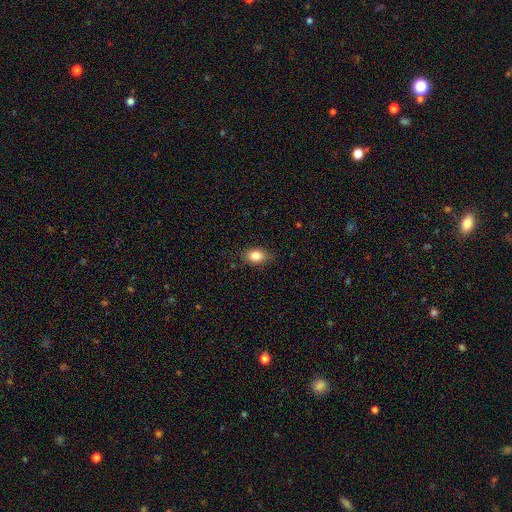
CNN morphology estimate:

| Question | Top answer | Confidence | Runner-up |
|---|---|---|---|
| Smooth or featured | smooth | 85% | star or artifact (9%) |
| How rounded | in between | 78% | round (20%) |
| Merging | none | 83% | minor disturbance (13%) |